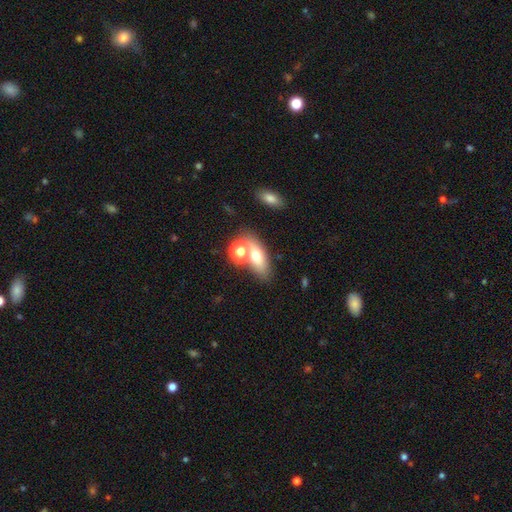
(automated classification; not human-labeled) Smooth or featured?
  - smooth: 65% *
  - featured or disk: 22%
  - star or artifact: 14%
How rounded?
  - in between: 66% *
  - round: 21%
  - cigar-shaped: 12%
Merging?
  - none: 52% *
  - merger: 32%
  - minor disturbance: 11%
  - major disturbance: 6%